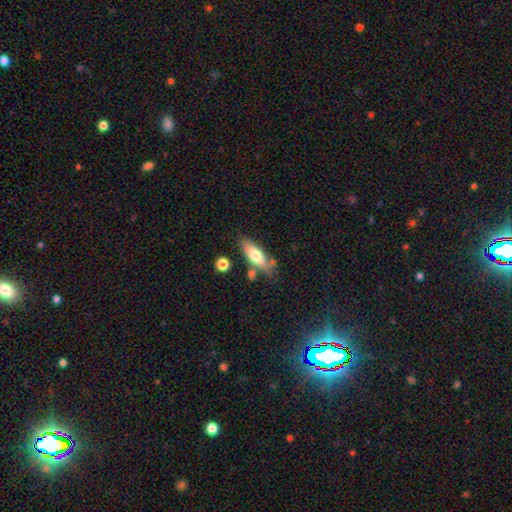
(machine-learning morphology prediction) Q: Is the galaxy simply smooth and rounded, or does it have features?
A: smooth — 64%.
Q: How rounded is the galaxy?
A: in between — 59%.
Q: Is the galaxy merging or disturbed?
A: none — 68%.